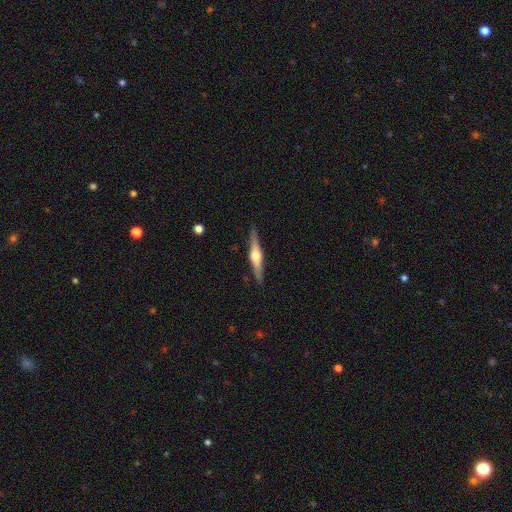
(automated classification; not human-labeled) Smooth or featured: featured or disk — 71% (smooth — 24%)
Edge-on disk: yes — 98% (no — 2%)
Edge-on bulge: rounded — 90% (boxy — 6%)
Merging: none — 90% (minor disturbance — 8%)